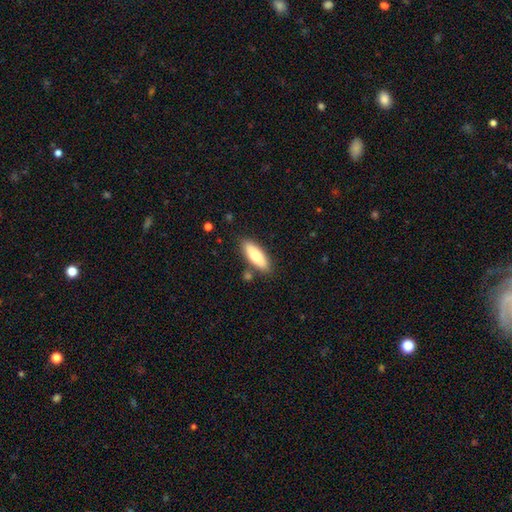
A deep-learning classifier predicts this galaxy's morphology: type=smooth (74%); roundness=in between (65%); merging=none (83%).